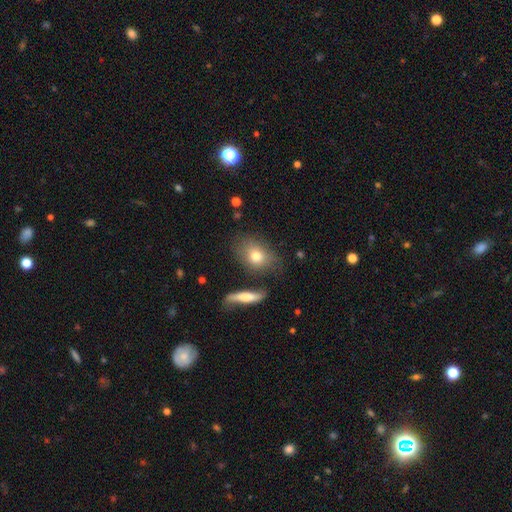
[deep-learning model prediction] The model was most divided on "how rounded": in between: 64%, round: 32%, cigar-shaped: 4%. More confident: smooth or featured — smooth (73%); merging — none (69%).